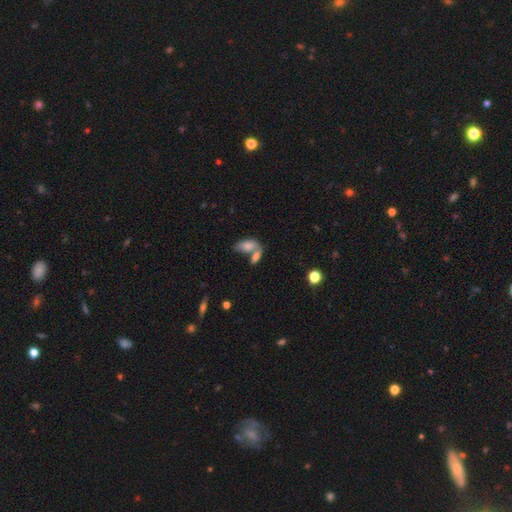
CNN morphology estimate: Smooth or featured?
  - smooth: 51% *
  - featured or disk: 31%
  - star or artifact: 19%
How rounded?
  - in between: 75% *
  - round: 16%
  - cigar-shaped: 9%
Merging?
  - merger: 44% *
  - none: 36%
  - minor disturbance: 11%
  - major disturbance: 8%